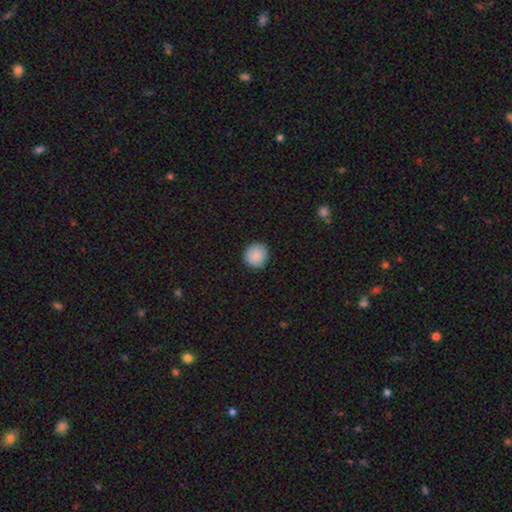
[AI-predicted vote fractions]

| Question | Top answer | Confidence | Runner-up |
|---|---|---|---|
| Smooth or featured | smooth | 89% | star or artifact (7%) |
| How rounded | round | 90% | in between (9%) |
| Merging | none | 88% | minor disturbance (9%) |